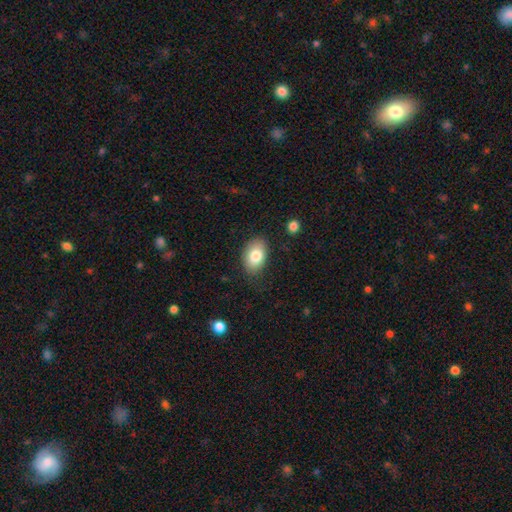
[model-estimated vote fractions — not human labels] This appears to be a smooth galaxy with no disk features (82%) that is in between round and cigar-shaped (87%). Merging: none (79%).